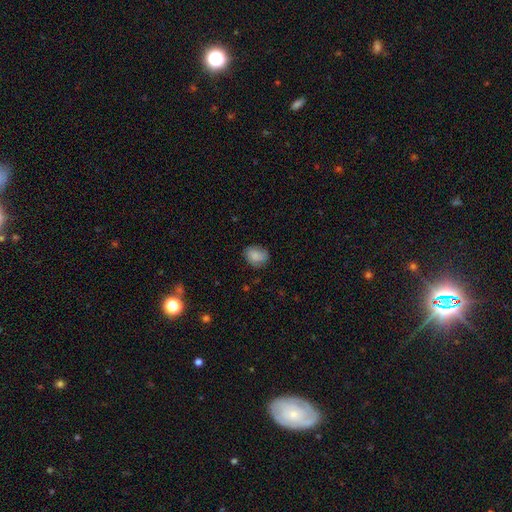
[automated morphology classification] Q: Smooth or featured?
A: smooth (83%); runner-up: featured or disk (9%)
Q: How rounded?
A: in between (54%); runner-up: round (45%)
Q: Merging?
A: none (75%); runner-up: minor disturbance (20%)